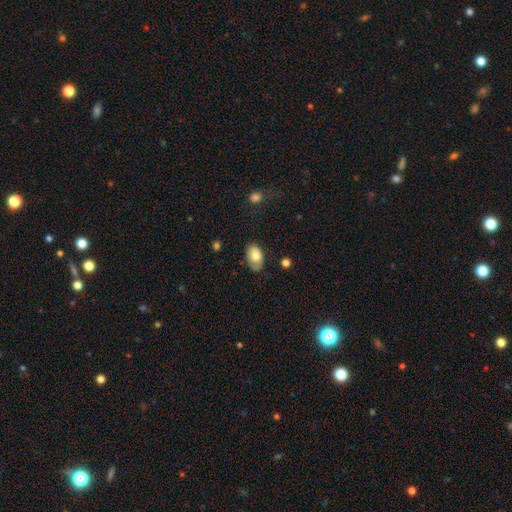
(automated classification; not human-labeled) Smooth or featured? Predicted: smooth (p=0.75). How rounded? Predicted: in between (p=0.91). Merging? Predicted: none (p=0.70).